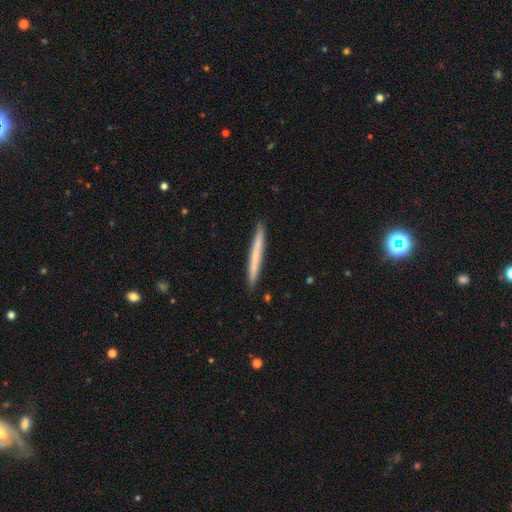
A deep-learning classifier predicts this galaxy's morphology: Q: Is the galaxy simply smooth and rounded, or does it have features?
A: smooth — 61%.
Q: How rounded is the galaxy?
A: cigar-shaped — 97%.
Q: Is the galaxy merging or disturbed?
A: none — 92%.